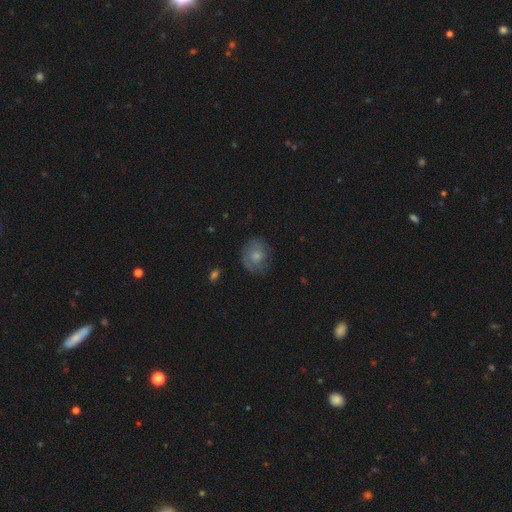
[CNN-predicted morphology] smooth-or-featured: smooth: 52% | featured or disk: 40% | star or artifact: 8%
  how-rounded: round: 71% | in between: 28% | cigar-shaped: 1%
  merging: none: 68% | minor disturbance: 22% | major disturbance: 9% | merger: 1%